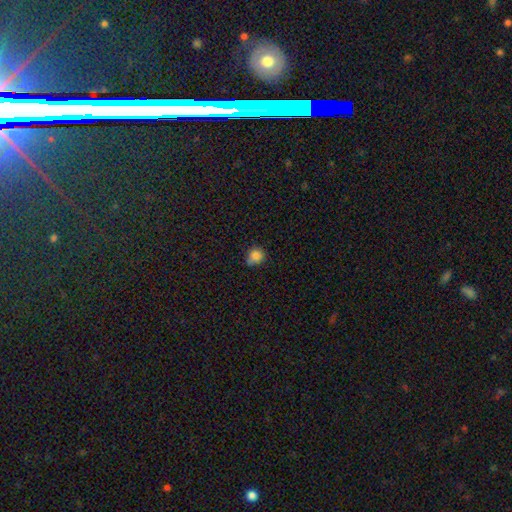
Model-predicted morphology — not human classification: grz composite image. It shows a smooth galaxy with no disk features (83%) that is round (80%). Merging: none (59%).